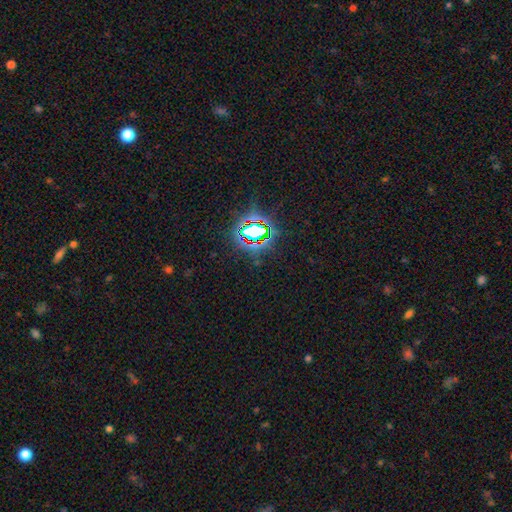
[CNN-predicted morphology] Q: Smooth or featured?
A: star or artifact (80%); runner-up: smooth (12%)